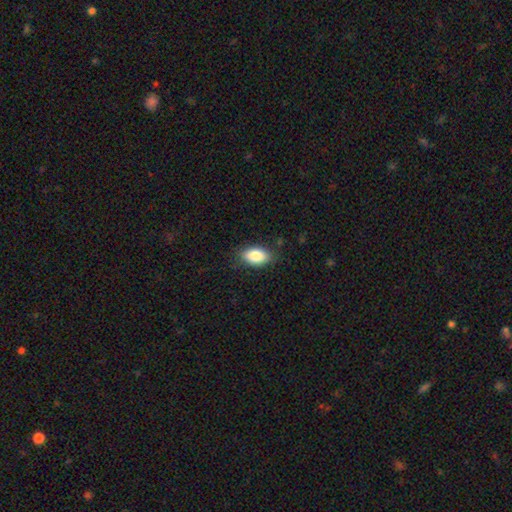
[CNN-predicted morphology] This appears to be a smooth galaxy with no disk features (85%) that is in between round and cigar-shaped (91%). Merging: none (82%).